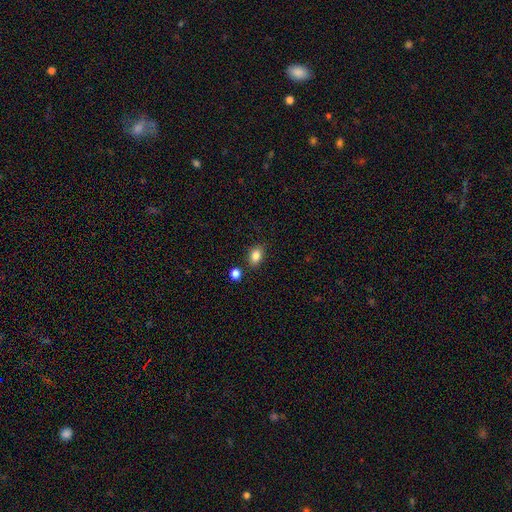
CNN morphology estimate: A smooth galaxy with no disk features (85%) that is in between round and cigar-shaped (78%). Merging: none (79%).